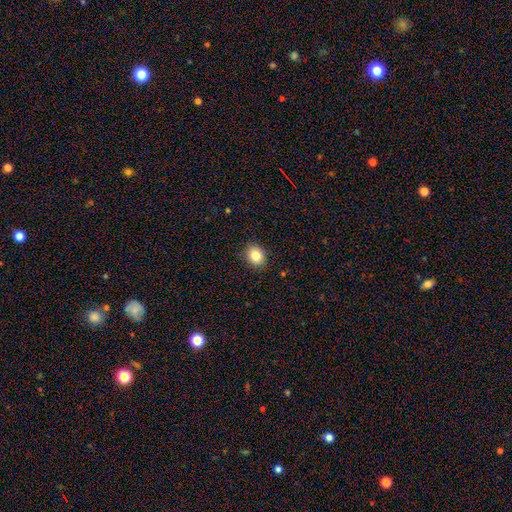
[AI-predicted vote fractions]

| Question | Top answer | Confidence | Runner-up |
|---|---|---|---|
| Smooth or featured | smooth | 84% | star or artifact (10%) |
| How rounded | round | 55% | in between (44%) |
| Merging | none | 89% | minor disturbance (8%) |